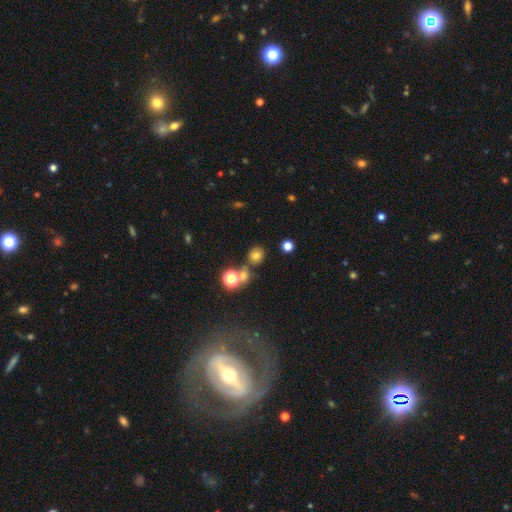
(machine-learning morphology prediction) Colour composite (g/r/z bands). It shows a smooth galaxy with no disk features (71%) that is round (85%). Merging: none (71%).